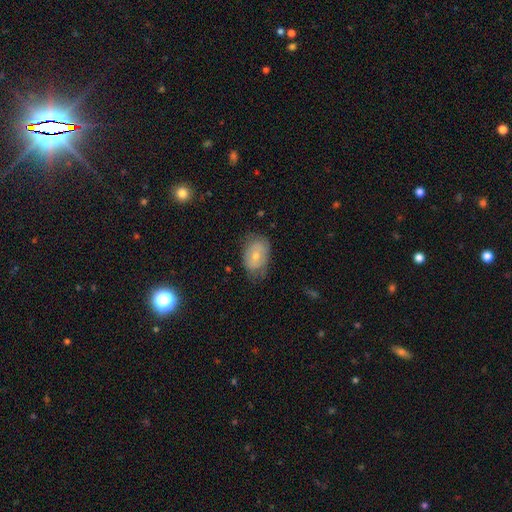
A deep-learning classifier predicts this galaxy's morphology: A smooth galaxy with no disk features (57%) that is in between round and cigar-shaped (82%). Merging: none (63%).